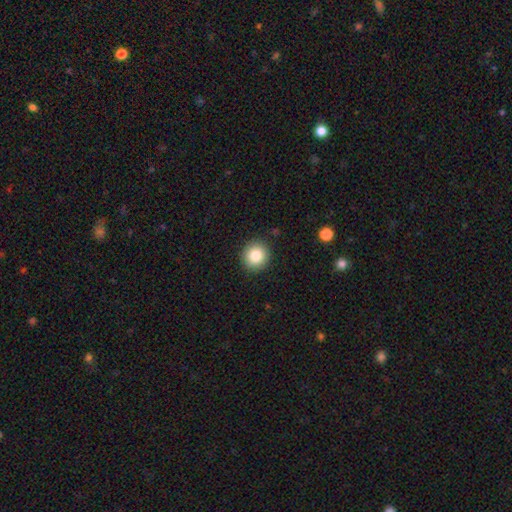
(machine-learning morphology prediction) smooth 85%, star or artifact 9%, featured or disk 6%. Down the decision tree: how rounded — round (89%); merging — none (90%).